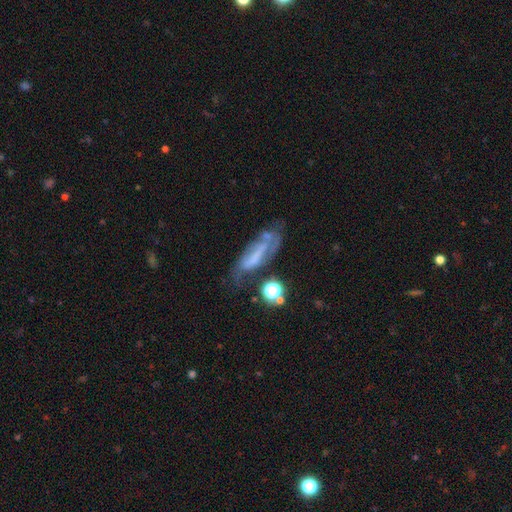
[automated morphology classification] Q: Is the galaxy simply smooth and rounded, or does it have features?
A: featured or disk — 58%.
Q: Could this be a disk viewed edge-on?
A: no — 76%.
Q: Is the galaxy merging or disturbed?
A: none — 44%.